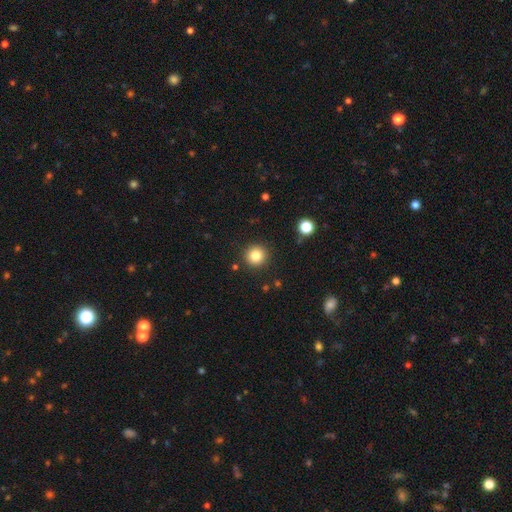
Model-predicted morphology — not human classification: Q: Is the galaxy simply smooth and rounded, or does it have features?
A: smooth — 82%.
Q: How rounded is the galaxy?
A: round — 95%.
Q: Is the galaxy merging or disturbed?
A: none — 90%.